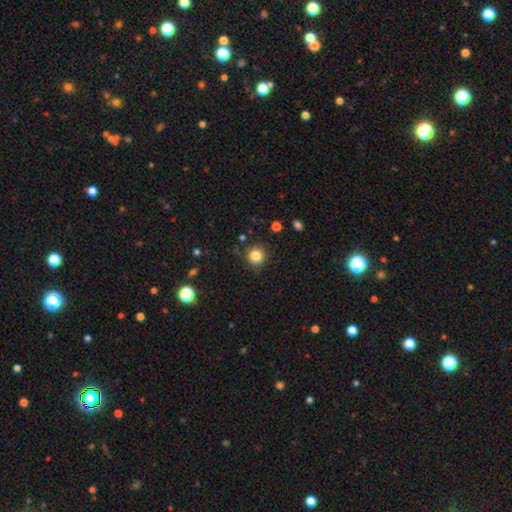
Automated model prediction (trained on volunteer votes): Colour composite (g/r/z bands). It shows a smooth galaxy with no disk features (83%) that is round (94%). Merging: none (88%).